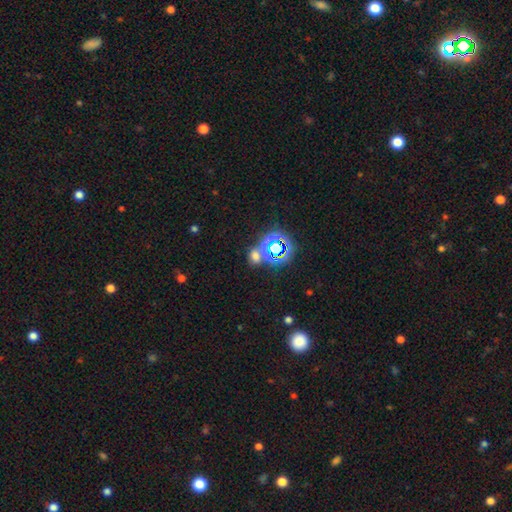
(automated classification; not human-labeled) smooth 48%, star or artifact 44%, featured or disk 8%. Down the decision tree: merging — none (66%).